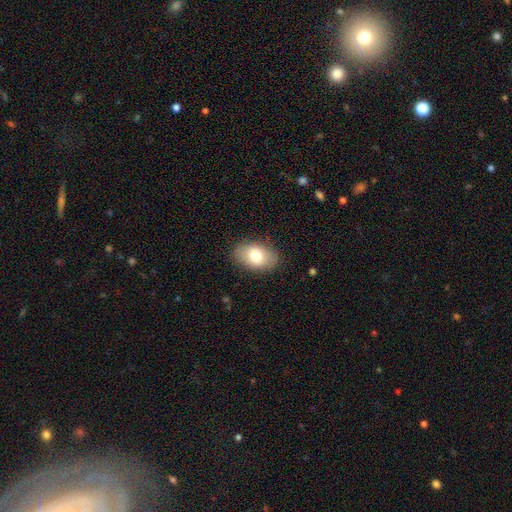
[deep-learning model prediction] smooth-or-featured: smooth: 76% | featured or disk: 16% | star or artifact: 7%
  how-rounded: in between: 88% | round: 11% | cigar-shaped: 1%
  merging: none: 86% | minor disturbance: 11% | major disturbance: 3% | merger: 1%